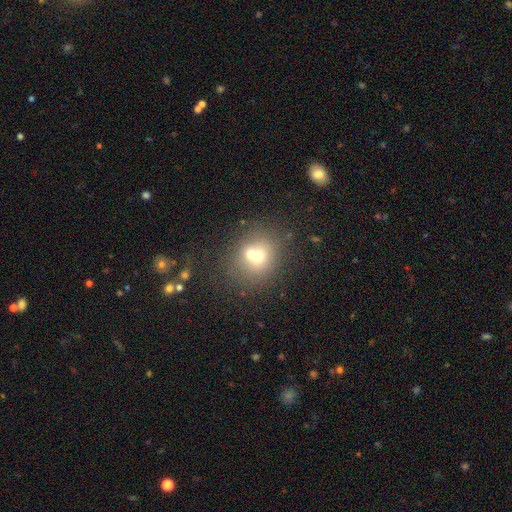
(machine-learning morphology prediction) smooth_or_featured: smooth (p=0.61) [alt: featured or disk p=0.25]
how_rounded: round (p=0.74) [alt: in between p=0.25]
merging: merger (p=0.52) [alt: none p=0.36]